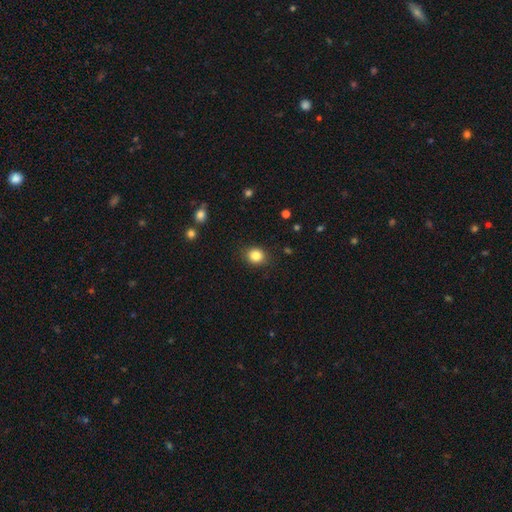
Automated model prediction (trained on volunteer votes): Overall: smooth (84%). How rounded: round (71%). Merging: none (88%).